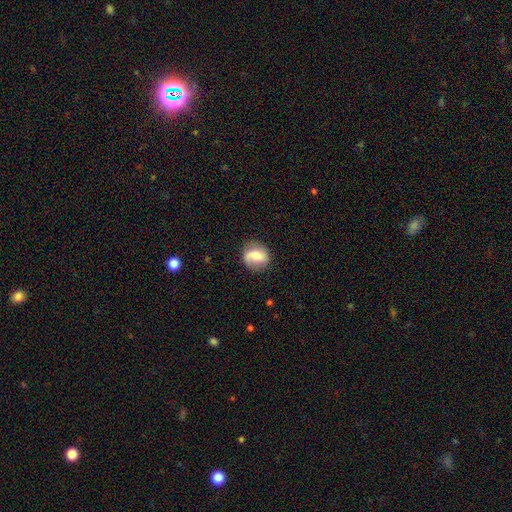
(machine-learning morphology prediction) A smooth galaxy with no disk features (50%) that is round (72%).

Vote fractions:
- Smooth or featured? smooth: 50% / featured or disk: 42% / star or artifact: 8%
- How rounded? round: 72% / in between: 27% / cigar-shaped: 1%
- Merging? none: 75% / minor disturbance: 17% / major disturbance: 6% / merger: 1%